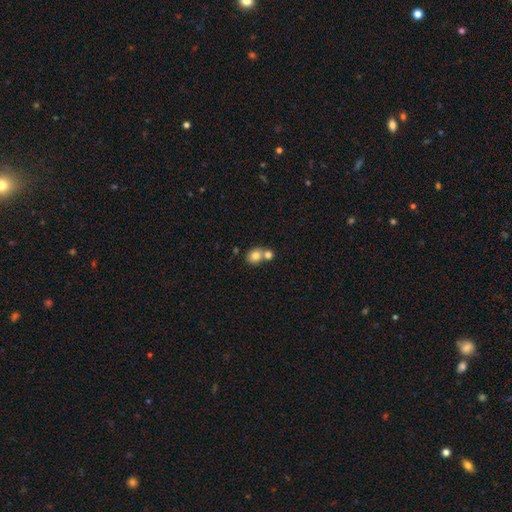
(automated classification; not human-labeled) Smooth or featured: smooth — 80% (featured or disk — 11%)
How rounded: round — 70% (in between — 29%)
Merging: merger — 50% (none — 40%)